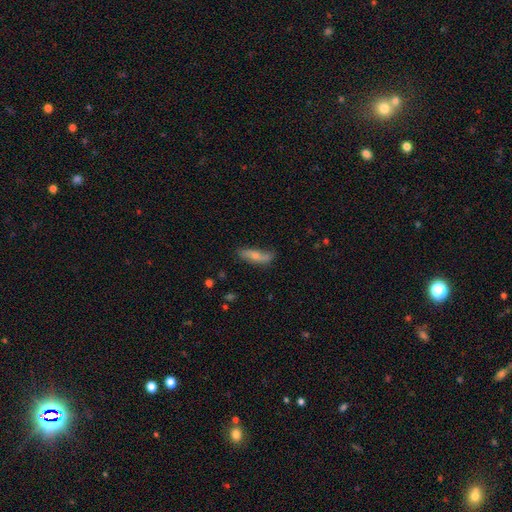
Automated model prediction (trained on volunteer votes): smooth_or_featured: smooth (p=0.56) [alt: featured or disk p=0.38]
how_rounded: in between (p=0.50) [alt: cigar-shaped p=0.48]
merging: none (p=0.67) [alt: minor disturbance p=0.25]